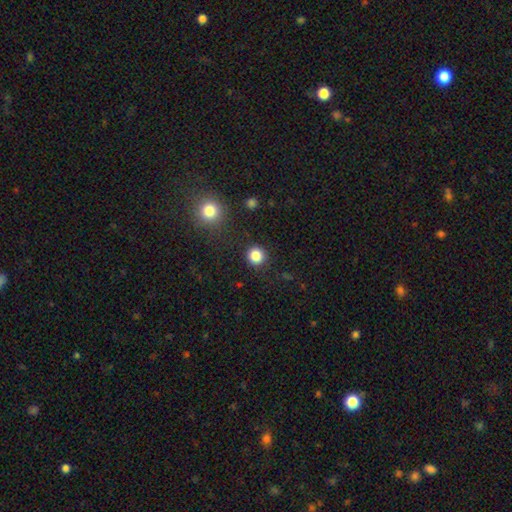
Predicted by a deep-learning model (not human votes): smooth-or-featured: smooth: 84% | star or artifact: 12% | featured or disk: 4%
  how-rounded: round: 93% | in between: 6% | cigar-shaped: 1%
  merging: none: 89% | minor disturbance: 6% | major disturbance: 3% | merger: 2%